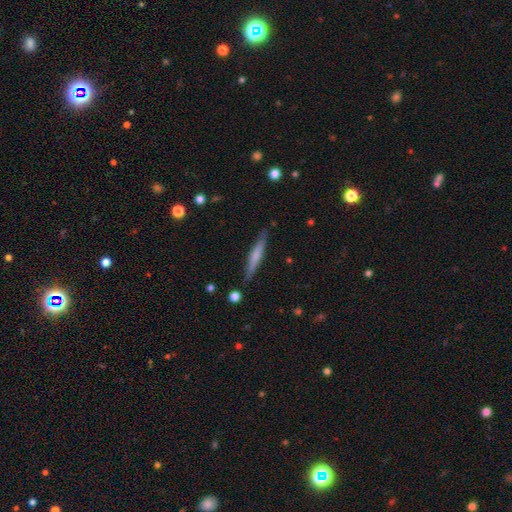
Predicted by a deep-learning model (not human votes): Smooth or featured? Predicted: smooth (p=0.52). How rounded? Predicted: cigar-shaped (p=0.94). Merging? Predicted: none (p=0.87).